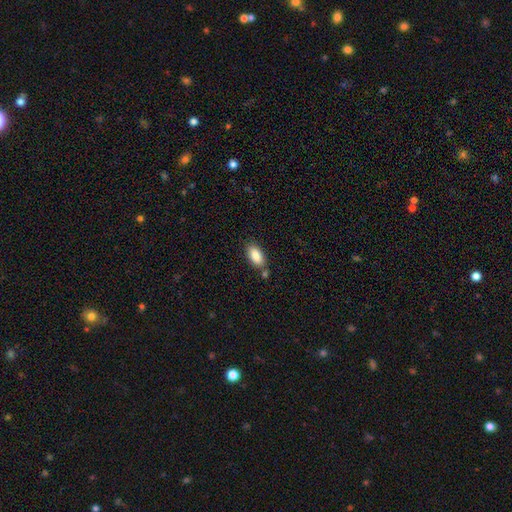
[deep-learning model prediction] This is clearly a smooth galaxy (88%). How rounded: clearly in between (92%). Merging: likely none (74%).